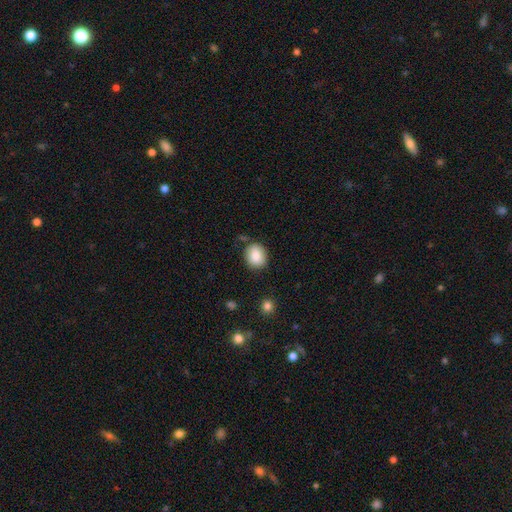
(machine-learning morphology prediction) smooth_or_featured: smooth (p=0.83) [alt: star or artifact p=0.08]
how_rounded: round (p=0.67) [alt: in between p=0.32]
merging: none (p=0.81) [alt: minor disturbance p=0.12]